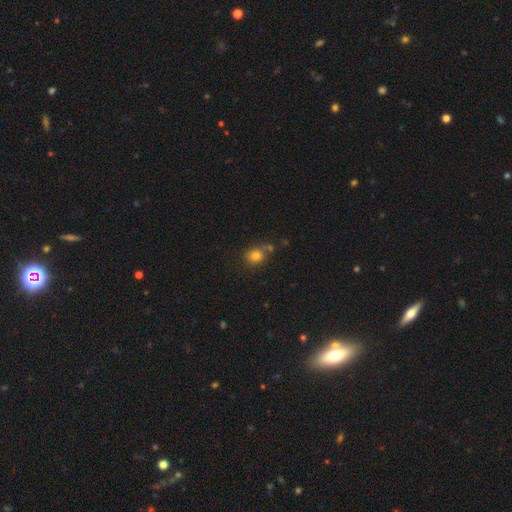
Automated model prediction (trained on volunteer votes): Q: Smooth or featured?
A: smooth (80%); runner-up: star or artifact (12%)
Q: How rounded?
A: round (76%); runner-up: in between (23%)
Q: Merging?
A: none (62%); runner-up: merger (16%)